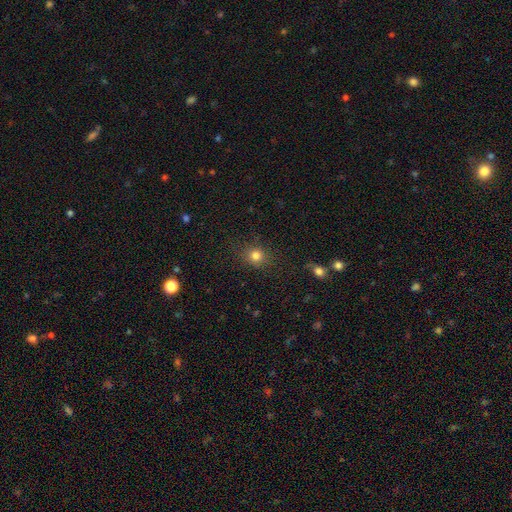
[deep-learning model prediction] smooth 80%, star or artifact 14%, featured or disk 6%. Down the decision tree: how rounded — round (84%); merging — none (86%).